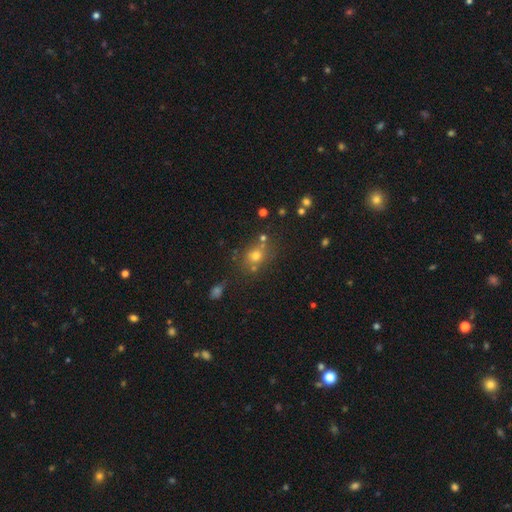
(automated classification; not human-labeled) Smooth or featured: smooth — 66% (star or artifact — 22%)
How rounded: round — 71% (in between — 28%)
Merging: none — 67% (merger — 16%)